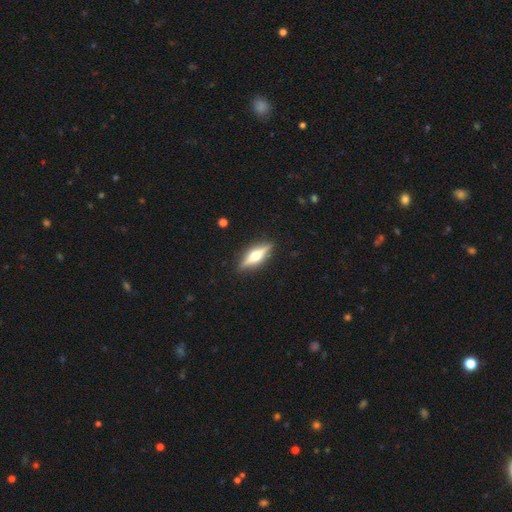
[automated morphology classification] smooth-or-featured: featured or disk: 69% | smooth: 26% | star or artifact: 5%
  disk-edge-on: yes: 96% | no: 4%
    edge-on-bulge: rounded: 95% | boxy: 3% | none: 2%
  merging: none: 90% | minor disturbance: 7% | major disturbance: 2% | merger: 1%